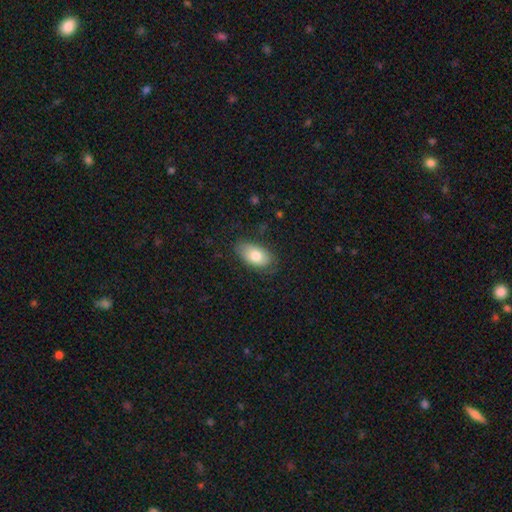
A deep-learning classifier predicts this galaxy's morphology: Overall: smooth (76%). How rounded: in between (92%). Merging: none (76%).